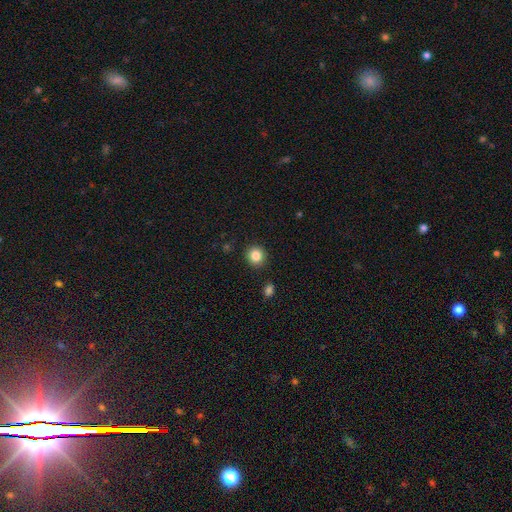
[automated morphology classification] Overall: smooth (85%). How rounded: round (88%). Merging: none (90%).